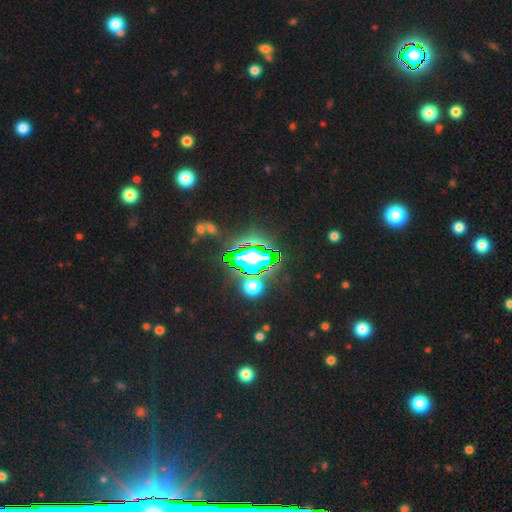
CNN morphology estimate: star or artifact 74%, smooth 16%, featured or disk 10%.